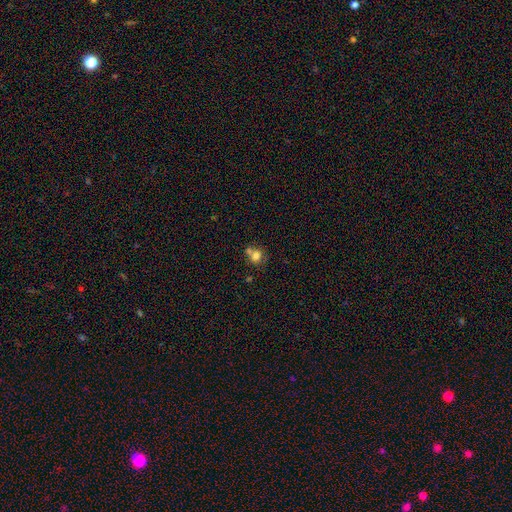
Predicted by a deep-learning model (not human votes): Smooth or featured? smooth (75%)
How rounded? round (71%)
Merging? none (43%)